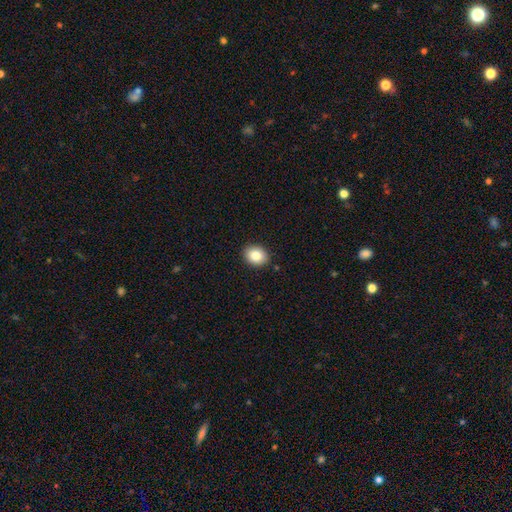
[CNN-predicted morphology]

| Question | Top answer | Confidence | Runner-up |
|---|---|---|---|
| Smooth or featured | smooth | 85% | star or artifact (9%) |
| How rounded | in between | 50% | round (49%) |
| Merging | none | 90% | minor disturbance (7%) |